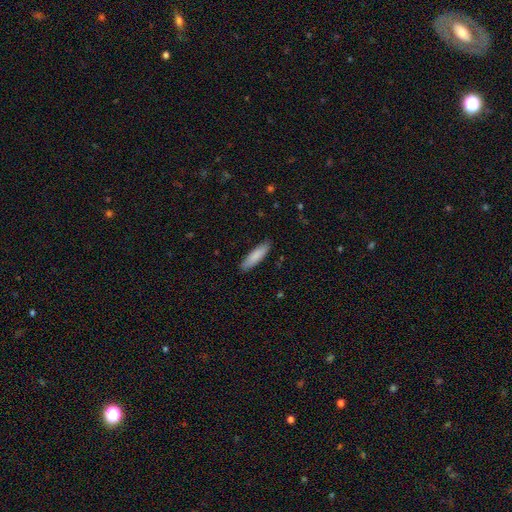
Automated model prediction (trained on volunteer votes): Smooth or featured? smooth (86%)
How rounded? cigar-shaped (71%)
Merging? none (88%)